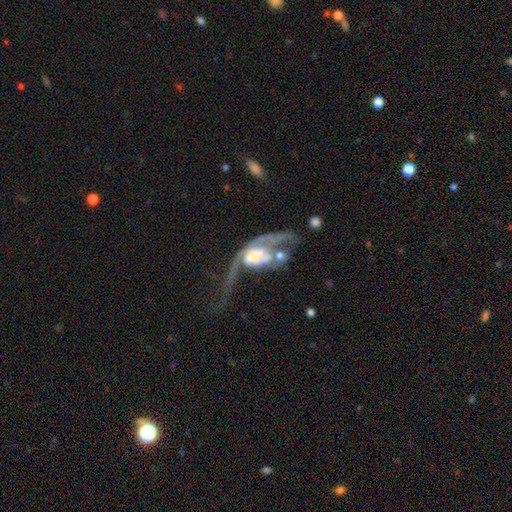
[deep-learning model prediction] Smooth or featured?
  - featured or disk: 71% *
  - smooth: 22%
  - star or artifact: 8%
Edge-on disk?
  - no: 91% *
  - yes: 9%
Bar?
  - no: 70% *
  - weak: 21%
  - strong: 9%
Spiral arms?
  - yes: 57% *
  - no: 43%
Bulge size?
  - moderate: 29% * (tied)
  - large: 29% * (tied)
  - small: 19%
  - none: 17%
  - dominant: 7%
Merging?
  - major disturbance: 42% *
  - merger: 38%
  - none: 11%
  - minor disturbance: 9%